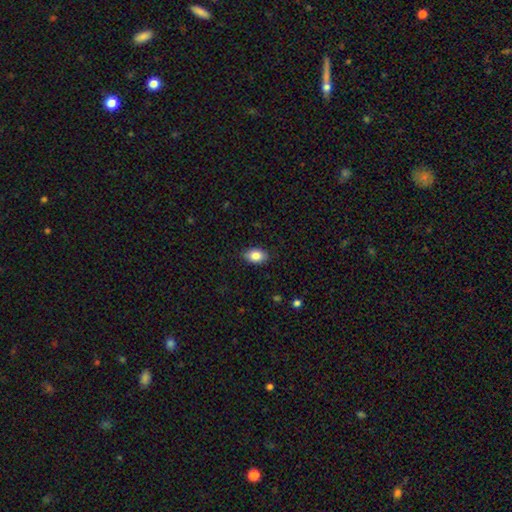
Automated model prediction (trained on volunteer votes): smooth-or-featured: smooth: 86% | star or artifact: 8% | featured or disk: 6%
  how-rounded: in between: 84% | round: 15% | cigar-shaped: 1%
  merging: none: 86% | minor disturbance: 11% | major disturbance: 2% | merger: 1%